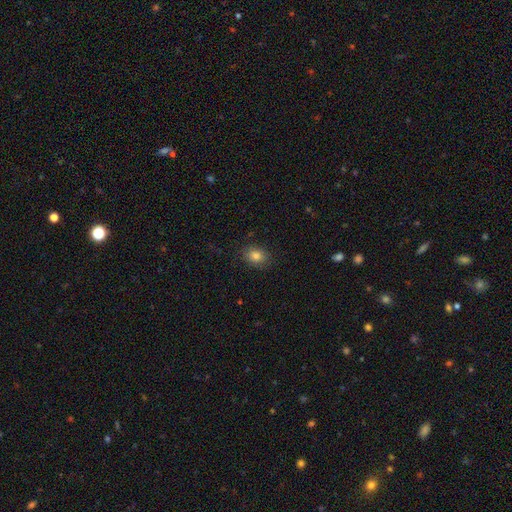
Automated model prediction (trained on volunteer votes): smooth-or-featured: smooth: 83% | star or artifact: 10% | featured or disk: 7%
  how-rounded: in between: 59% | round: 40% | cigar-shaped: 1%
  merging: none: 86% | minor disturbance: 10% | major disturbance: 3% | merger: 1%